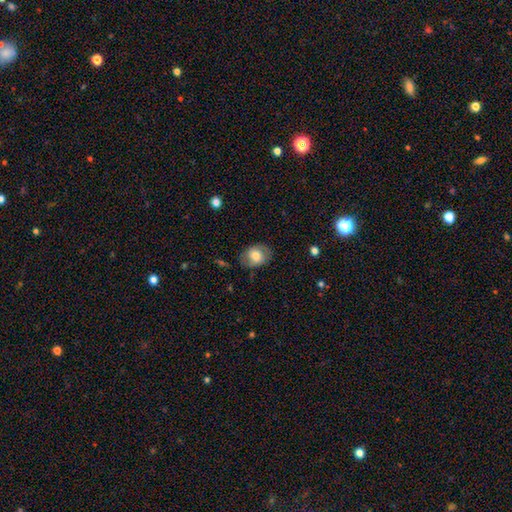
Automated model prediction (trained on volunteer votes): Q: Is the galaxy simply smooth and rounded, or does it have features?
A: smooth — 70%.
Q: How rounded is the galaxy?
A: in between — 61%.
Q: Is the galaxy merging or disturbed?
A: none — 76%.